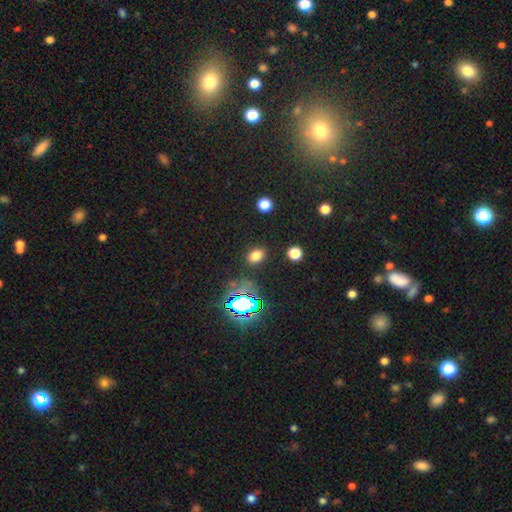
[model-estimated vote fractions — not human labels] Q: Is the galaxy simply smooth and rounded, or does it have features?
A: smooth — 73%.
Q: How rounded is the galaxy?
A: in between — 70%.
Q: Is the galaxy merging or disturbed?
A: none — 85%.